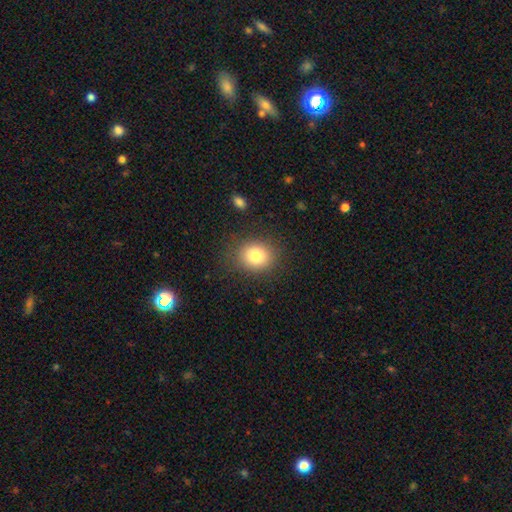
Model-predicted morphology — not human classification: This is clearly a smooth galaxy (81%). How rounded: likely round (65%). Merging: clearly none (83%).